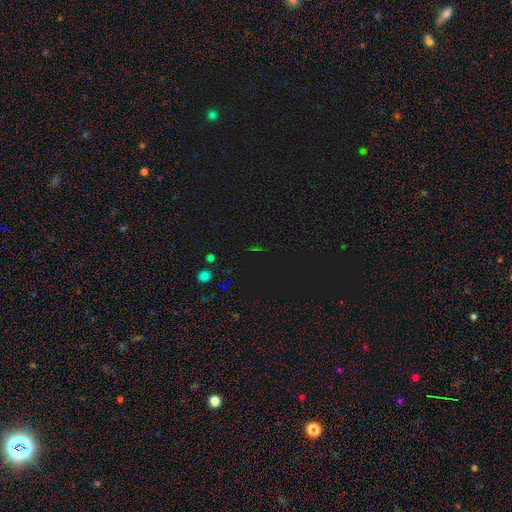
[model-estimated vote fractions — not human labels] This appears to be a star or artifact, not a galaxy (74%).